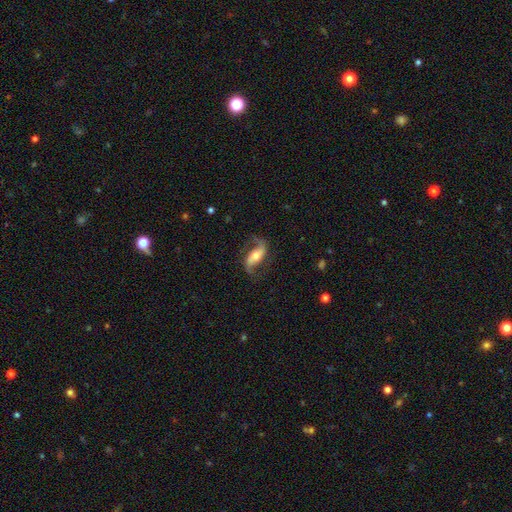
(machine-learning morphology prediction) Overall: featured or disk (82%). Edge-on disk: no (93%). Bar: strong (37%; no 32%). Spiral arms: yes (94%). Spiral arm count: 2 (91%). Spiral winding: loose (68%). Bulge size: moderate (61%; small 28%). Merging: none (74%).